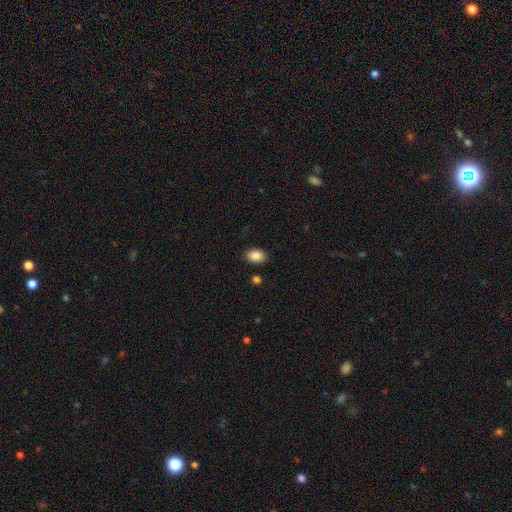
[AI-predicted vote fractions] A smooth galaxy with no disk features (87%) that is in between round and cigar-shaped (83%). Merging: none (87%).